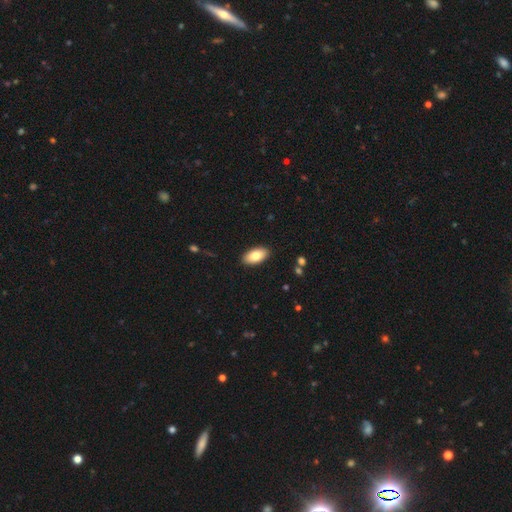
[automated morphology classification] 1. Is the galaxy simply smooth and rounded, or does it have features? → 80% smooth, 13% featured or disk, 6% star or artifact.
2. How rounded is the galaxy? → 94% in between, 3% cigar-shaped, 3% round.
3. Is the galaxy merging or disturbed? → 90% none, 7% minor disturbance, 2% major disturbance, 1% merger.